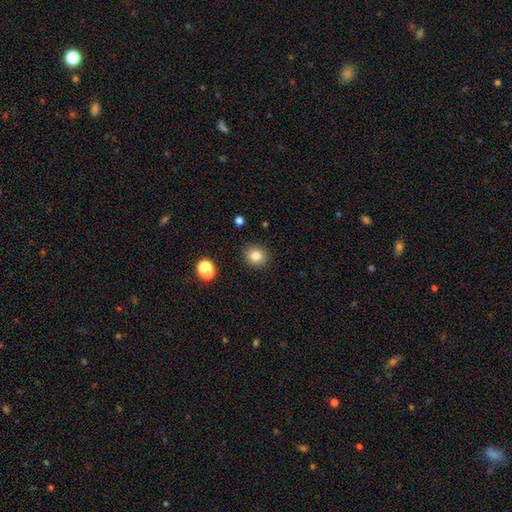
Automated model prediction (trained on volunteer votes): Smooth or featured?
  - smooth: 81% *
  - star or artifact: 12%
  - featured or disk: 7%
How rounded?
  - round: 82% *
  - in between: 17%
  - cigar-shaped: 1%
Merging?
  - none: 89% *
  - minor disturbance: 7%
  - major disturbance: 2%
  - merger: 2%